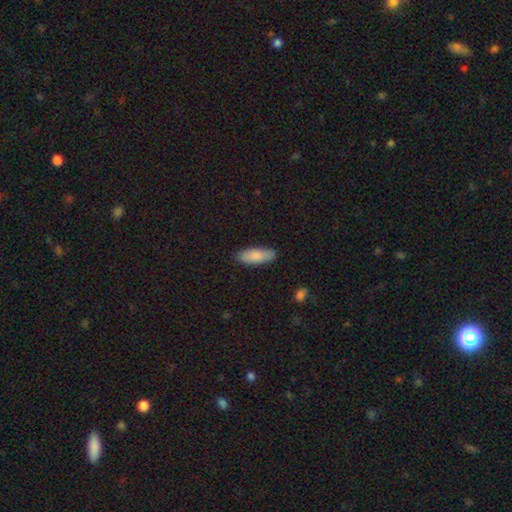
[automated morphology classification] Overall: smooth (85%). How rounded: in between (67%; cigar-shaped 31%). Merging: none (86%).